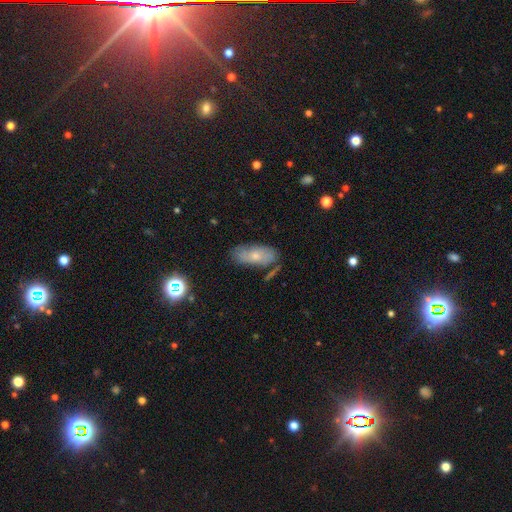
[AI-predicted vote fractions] Morphology: type=smooth (57%); roundness=in between (84%); merging=none (67%).